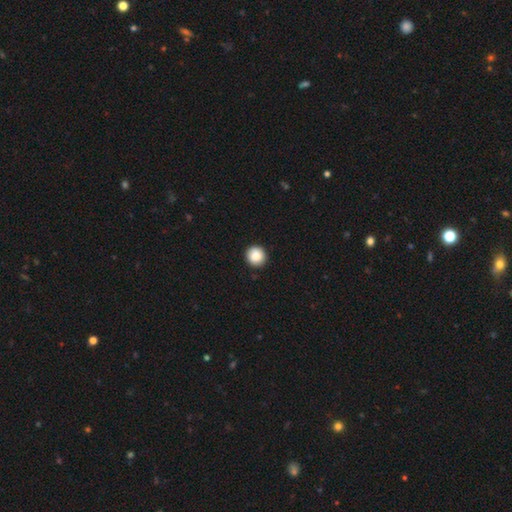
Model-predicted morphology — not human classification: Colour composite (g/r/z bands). It shows a smooth galaxy with no disk features (87%) that is round (94%). Merging: none (92%).